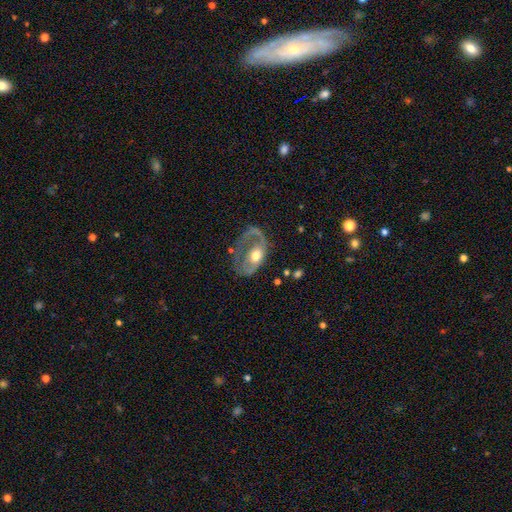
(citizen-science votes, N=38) A featured or disk galaxy (61%) with no bar (81%), no spiral arms (67%) and a moderate central bulge (76%). Merging: major disturbance (68%).